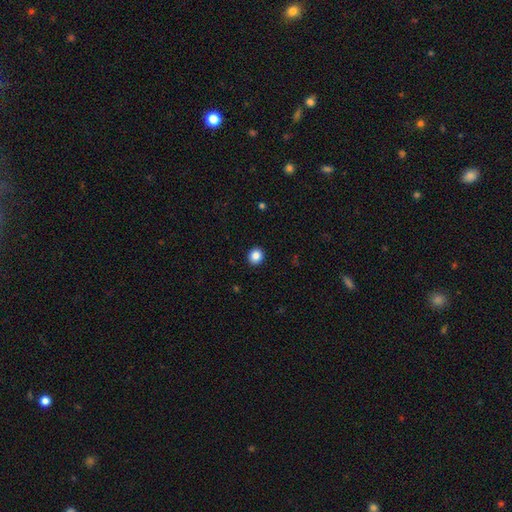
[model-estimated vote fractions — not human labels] smooth_or_featured: smooth (p=0.87) [alt: star or artifact p=0.10]
how_rounded: round (p=0.80) [alt: in between p=0.19]
merging: none (p=0.93) [alt: minor disturbance p=0.05]